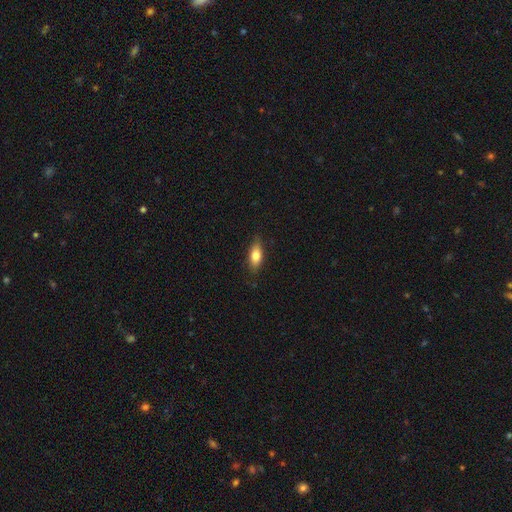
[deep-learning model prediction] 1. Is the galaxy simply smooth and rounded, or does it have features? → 76% smooth, 17% featured or disk, 7% star or artifact.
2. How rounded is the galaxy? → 78% in between, 18% cigar-shaped, 4% round.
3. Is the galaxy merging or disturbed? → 82% none, 14% minor disturbance, 3% major disturbance, 1% merger.